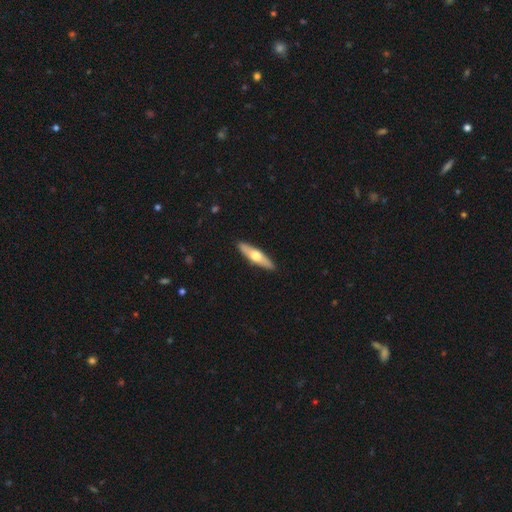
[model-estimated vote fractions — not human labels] This appears to be a featured or disk galaxy (49%). Merging: none (91%).